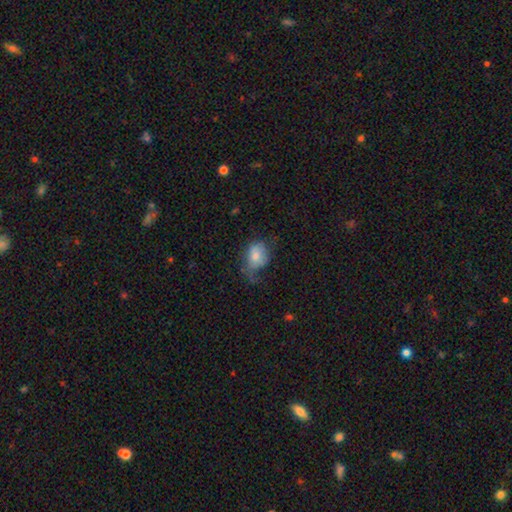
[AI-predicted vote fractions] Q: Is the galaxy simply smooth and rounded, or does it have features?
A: smooth — 64%.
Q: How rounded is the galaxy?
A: in between — 69%.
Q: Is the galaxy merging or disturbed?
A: none — 33%, tied with major disturbance.